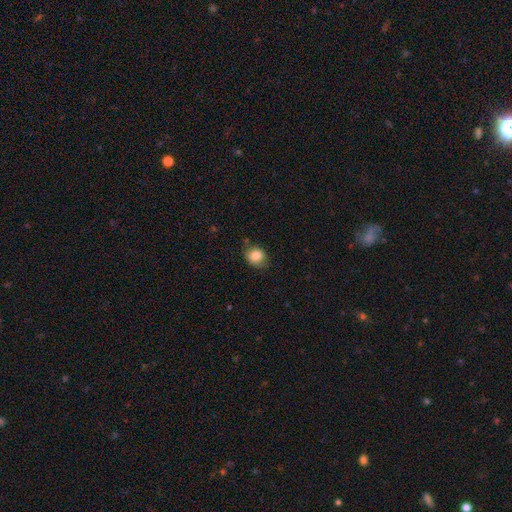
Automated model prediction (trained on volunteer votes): Smooth or featured? smooth (83%)
How rounded? round (64%)
Merging? none (67%)